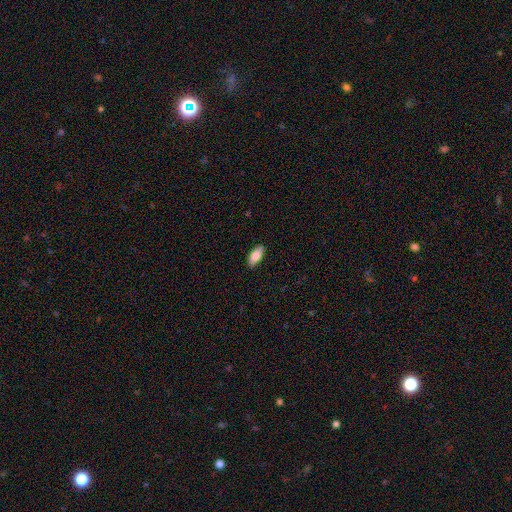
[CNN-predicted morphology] A smooth galaxy with no disk features (83%) that is in between round and cigar-shaped (84%).

Vote fractions:
- Smooth or featured? smooth: 83% / featured or disk: 11% / star or artifact: 6%
- How rounded? in between: 84% / cigar-shaped: 13% / round: 2%
- Merging? none: 88% / minor disturbance: 9% / major disturbance: 2% / merger: 1%